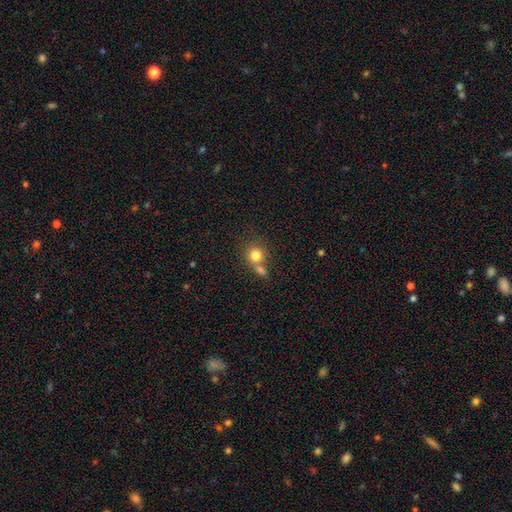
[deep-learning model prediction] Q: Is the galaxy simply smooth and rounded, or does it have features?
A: smooth — 79%.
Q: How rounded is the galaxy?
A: round — 84%.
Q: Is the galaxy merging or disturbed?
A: none — 44%, tied with merger.